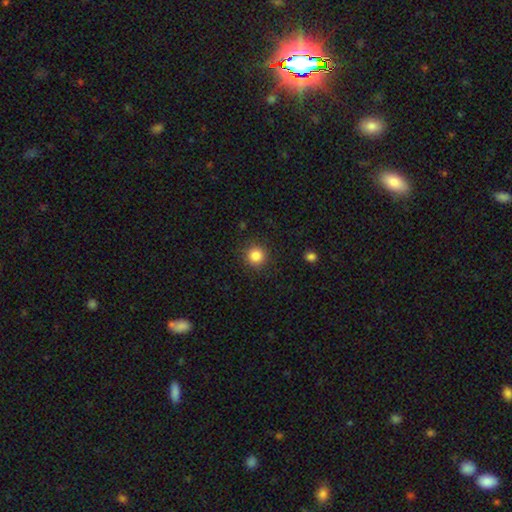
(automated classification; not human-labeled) Q: Smooth or featured?
A: smooth (85%); runner-up: star or artifact (11%)
Q: How rounded?
A: round (95%); runner-up: in between (4%)
Q: Merging?
A: none (90%); runner-up: minor disturbance (6%)